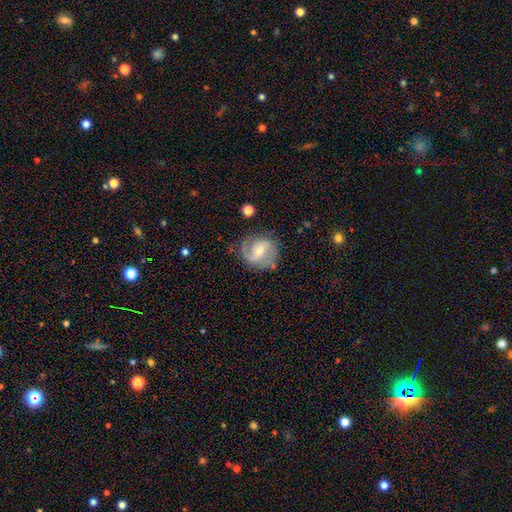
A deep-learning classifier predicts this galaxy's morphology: Smooth or featured?
  - featured or disk: 82% *
  - smooth: 12%
  - star or artifact: 6%
Edge-on disk?
  - no: 98% *
  - yes: 2%
Bar?
  - weak: 50% *
  - no: 25%
  - strong: 25%
Spiral arms?
  - yes: 94% *
  - no: 6%
Spiral winding?
  - medium: 46% *
  - loose: 32%
  - tight: 22%
Spiral arm count?
  - 2: 76% *
  - 1: 11%
  - can't tell: 7%
  - 3: 3%
  - 4: 1%
  - more than 4: 1%
Bulge size?
  - small: 53% *
  - moderate: 43%
  - large: 2%
  - none: 1%
  - dominant: 1%
Merging?
  - none: 71% *
  - minor disturbance: 18%
  - major disturbance: 8%
  - merger: 2%